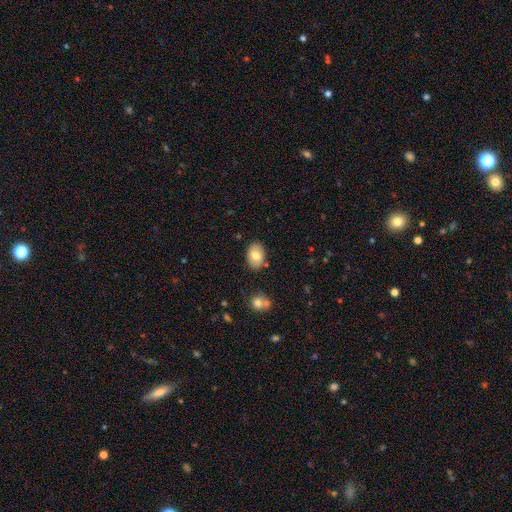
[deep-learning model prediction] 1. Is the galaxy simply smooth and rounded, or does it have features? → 78% smooth, 15% featured or disk, 8% star or artifact.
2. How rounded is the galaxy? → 87% in between, 12% round, 1% cigar-shaped.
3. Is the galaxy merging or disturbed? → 83% none, 11% minor disturbance, 3% merger, 2% major disturbance.